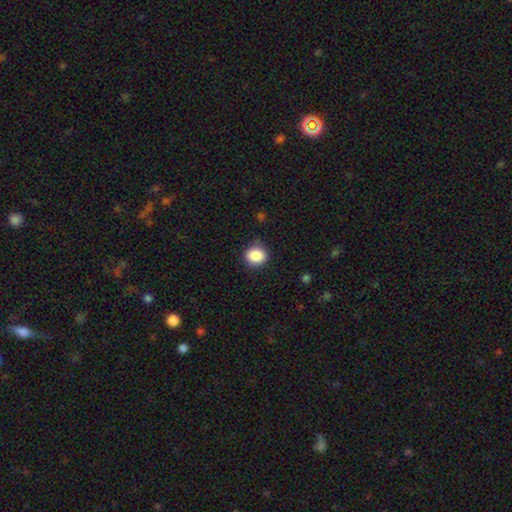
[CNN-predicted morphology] Smooth or featured? Predicted: smooth (p=0.87). How rounded? Predicted: round (p=0.81). Merging? Predicted: none (p=0.84).